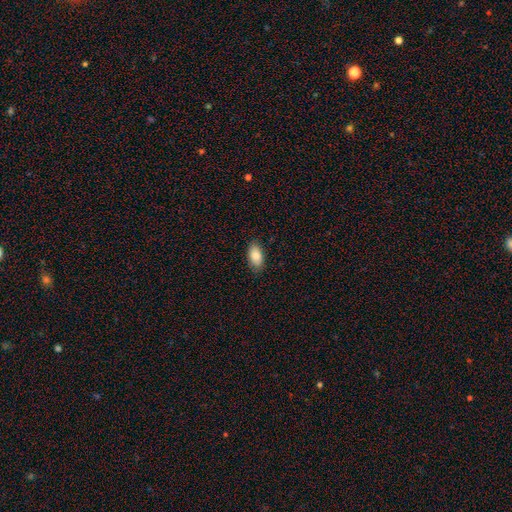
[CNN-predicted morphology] The model was most divided on "smooth or featured": smooth: 84%, featured or disk: 9%, star or artifact: 7%. More confident: how rounded — in between (93%); merging — none (86%).